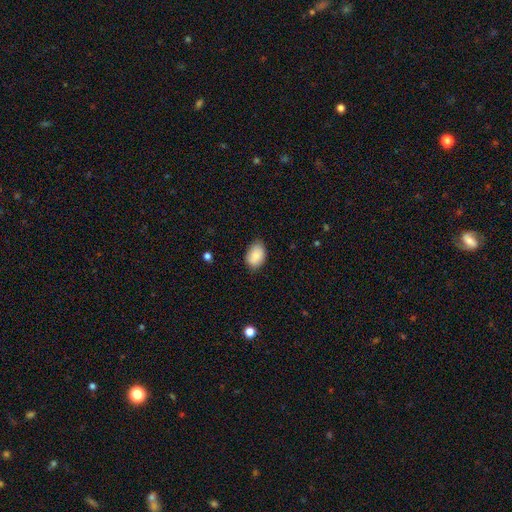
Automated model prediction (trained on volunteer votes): smooth-or-featured: smooth: 87% | star or artifact: 7% | featured or disk: 6%
  how-rounded: in between: 87% | round: 12% | cigar-shaped: 1%
  merging: none: 75% | minor disturbance: 20% | major disturbance: 3% | merger: 1%